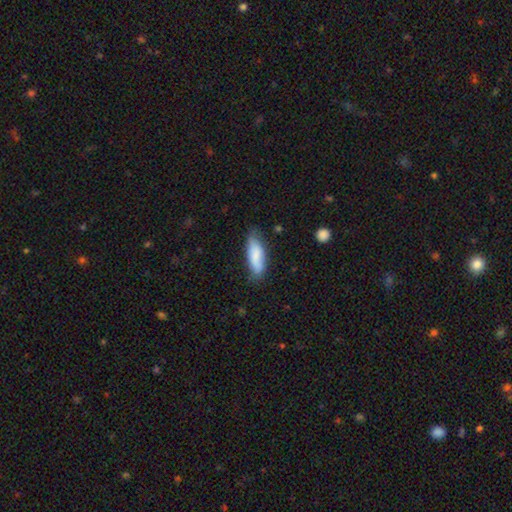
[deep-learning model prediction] The model was most divided on "how rounded": in between: 64%, cigar-shaped: 34%, round: 2%. More confident: smooth or featured — smooth (81%); merging — none (68%).